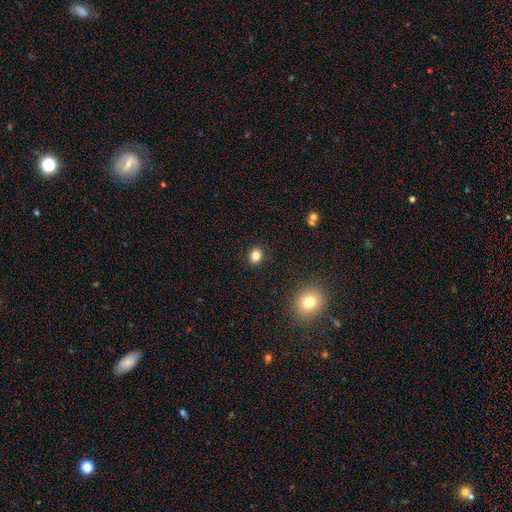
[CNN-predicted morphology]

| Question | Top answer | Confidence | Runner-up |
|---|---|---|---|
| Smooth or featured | smooth | 82% | star or artifact (12%) |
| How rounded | round | 58% | in between (41%) |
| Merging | none | 90% | minor disturbance (7%) |